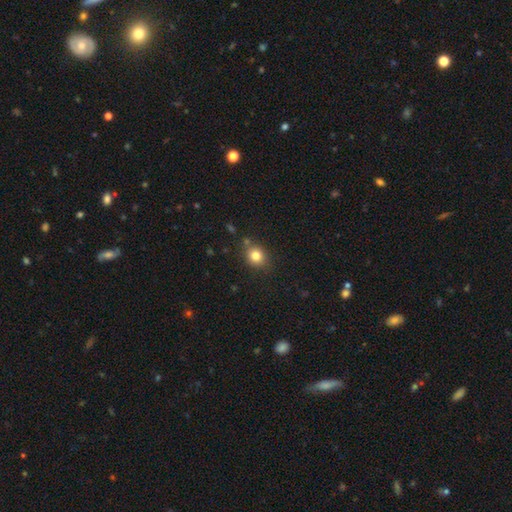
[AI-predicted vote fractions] Smooth or featured?
  - smooth: 81% *
  - star or artifact: 12%
  - featured or disk: 7%
How rounded?
  - round: 74% *
  - in between: 25%
  - cigar-shaped: 1%
Merging?
  - none: 77% *
  - minor disturbance: 13%
  - merger: 6%
  - major disturbance: 4%